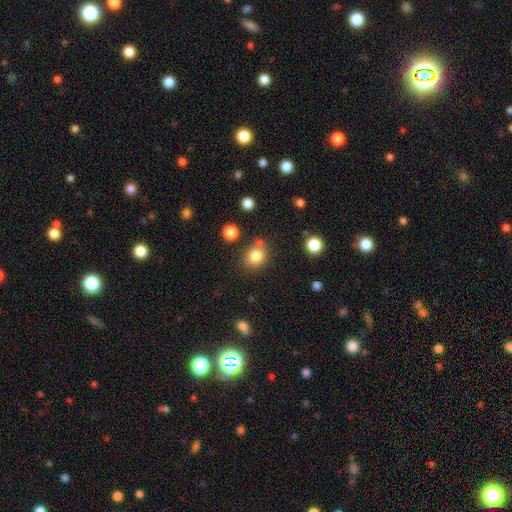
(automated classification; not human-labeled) This is clearly a smooth galaxy (82%). How rounded: likely round (70%). Merging: likely none (72%).